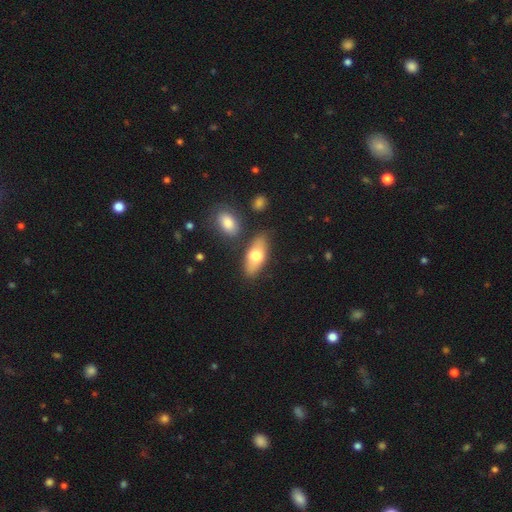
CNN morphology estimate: This appears to be a smooth galaxy with no disk features (67%) that is in between round and cigar-shaped (81%). Merging: none (77%).